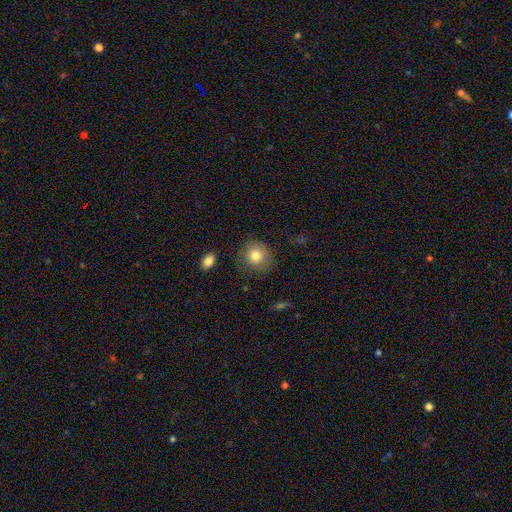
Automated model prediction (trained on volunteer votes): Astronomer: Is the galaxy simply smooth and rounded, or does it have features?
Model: smooth — 81%.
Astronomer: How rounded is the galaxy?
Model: round — 84%.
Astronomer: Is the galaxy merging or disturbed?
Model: none — 77%.